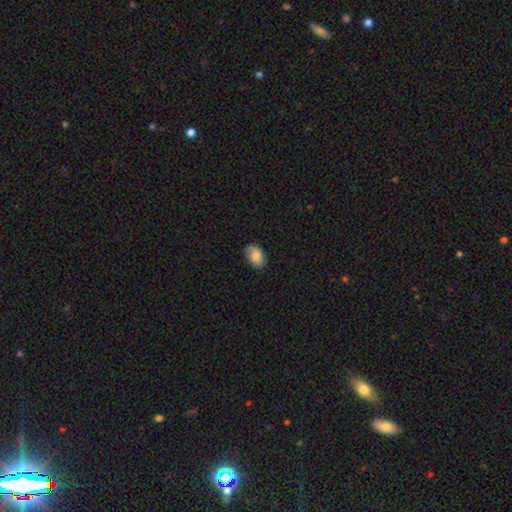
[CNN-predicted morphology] type=smooth (72%); roundness=in between (85%); merging=none (73%).